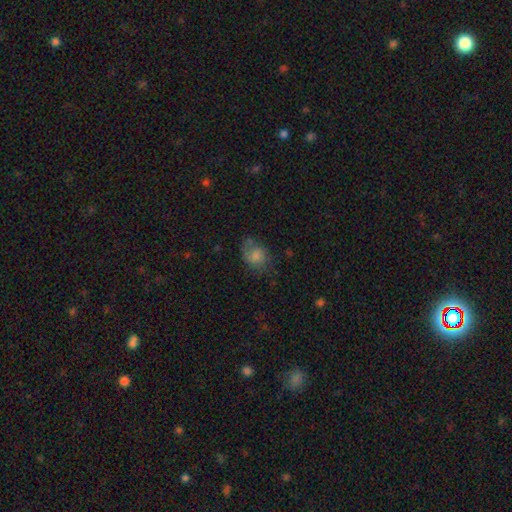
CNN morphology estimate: Smooth or featured? Predicted: smooth (p=0.72). How rounded? Predicted: in between (p=0.56). Merging? Predicted: none (p=0.52).